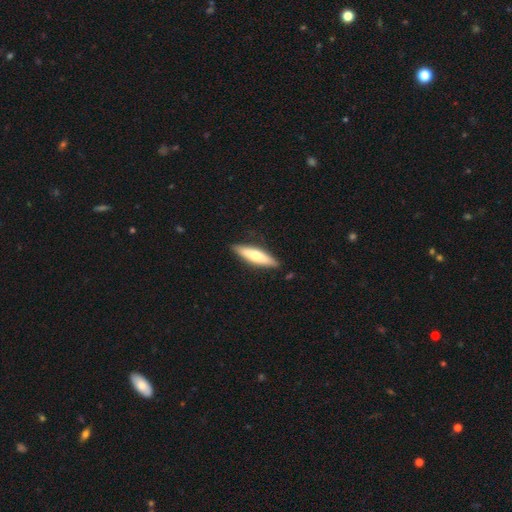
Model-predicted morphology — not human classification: This appears to be a smooth galaxy with no disk features (58%) that is cigar-shaped (71%). Merging: none (86%).